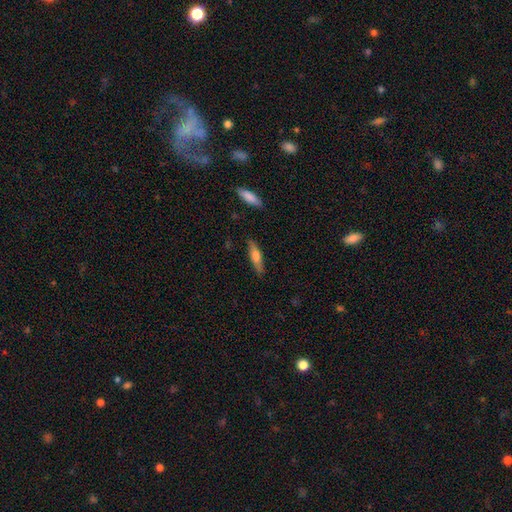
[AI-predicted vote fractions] Overall: smooth (63%; featured or disk 31%). How rounded: cigar-shaped (73%). Merging: none (83%).